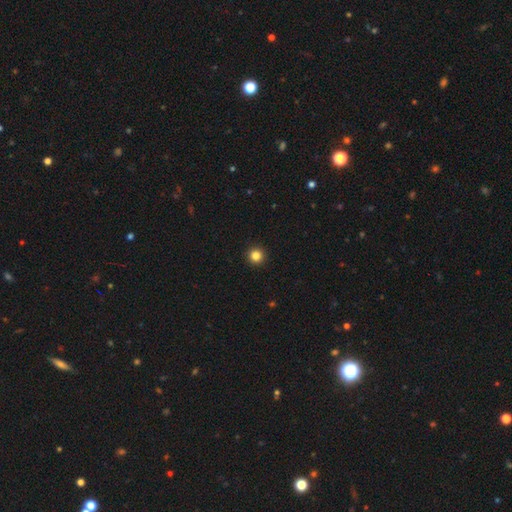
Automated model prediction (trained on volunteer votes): Overall: smooth (84%). How rounded: round (96%). Merging: none (94%).